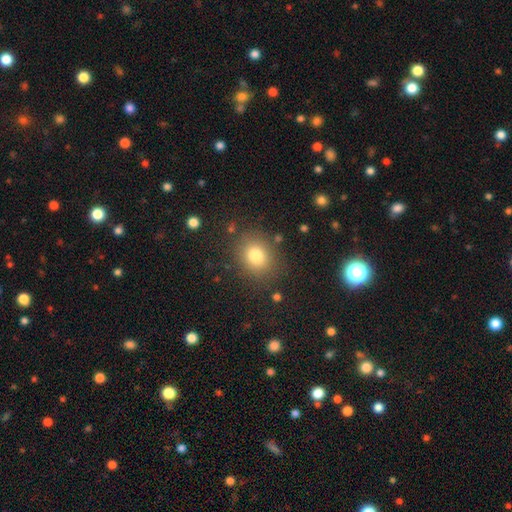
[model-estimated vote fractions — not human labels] smooth-or-featured: smooth: 79% | star or artifact: 12% | featured or disk: 9%
  how-rounded: round: 64% | in between: 35% | cigar-shaped: 1%
  merging: none: 82% | minor disturbance: 10% | major disturbance: 5% | merger: 2%